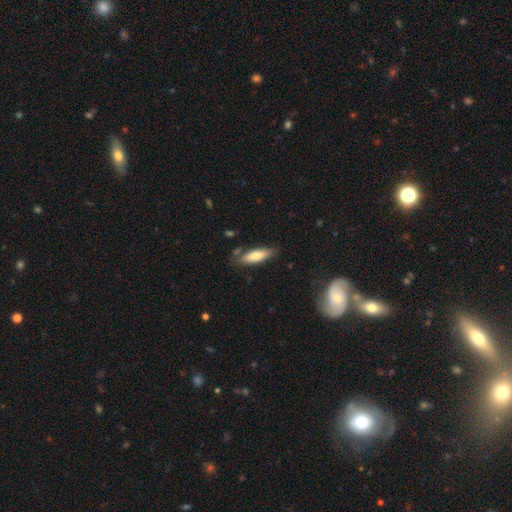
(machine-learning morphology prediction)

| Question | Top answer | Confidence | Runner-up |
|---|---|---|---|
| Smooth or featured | smooth | 74% | featured or disk (20%) |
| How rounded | in between | 50% | cigar-shaped (49%) |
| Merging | none | 77% | minor disturbance (15%) |